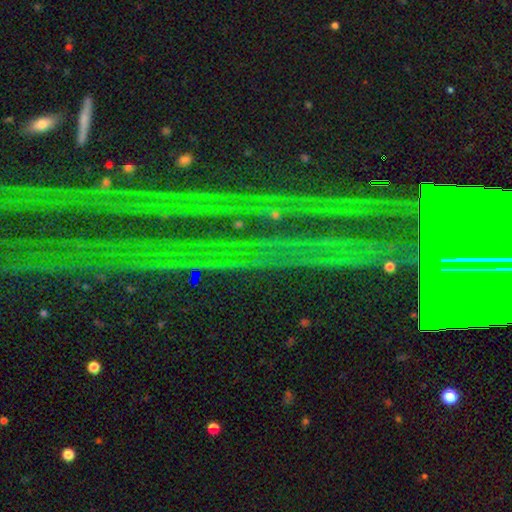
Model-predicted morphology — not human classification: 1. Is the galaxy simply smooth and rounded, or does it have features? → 83% star or artifact, 10% featured or disk, 8% smooth.